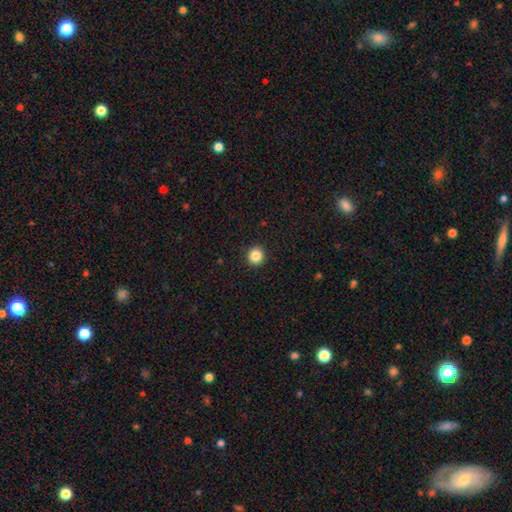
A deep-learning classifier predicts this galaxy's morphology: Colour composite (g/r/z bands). It shows a smooth galaxy with no disk features (85%) that is round (92%). Merging: none (93%).